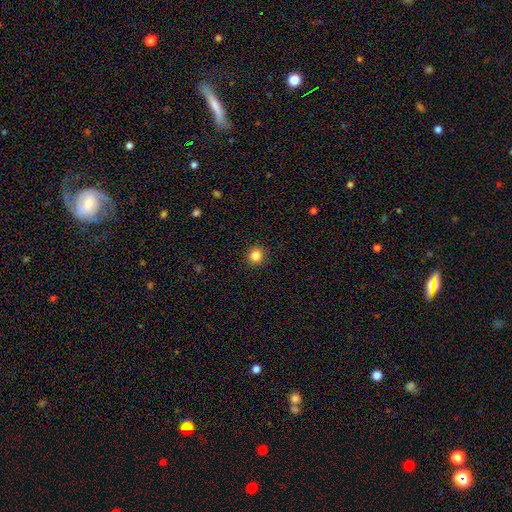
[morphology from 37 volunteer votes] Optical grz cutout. It shows a smooth galaxy with no disk features (89%) that is round (97%). Merging: none (100%).